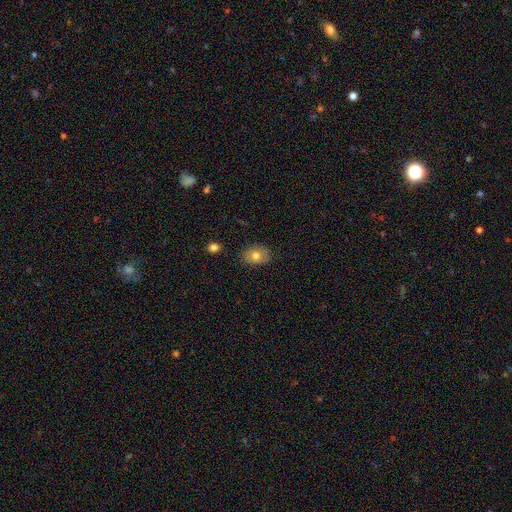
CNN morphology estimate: The model was most divided on "how rounded": in between: 72%, round: 27%, cigar-shaped: 1%. More confident: merging — none (84%); smooth or featured — smooth (75%).